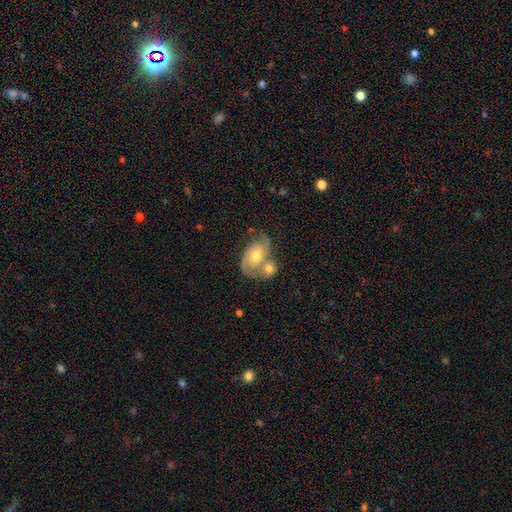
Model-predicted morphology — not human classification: Smooth or featured? Predicted: featured or disk (p=0.77). Edge-on disk? Predicted: no (p=0.97). Bar? Predicted: no (p=0.70). Spiral arms? Predicted: yes (p=0.92). Spiral winding? Predicted: medium (p=0.46). Spiral arm count? Predicted: 2 (p=0.82). Bulge size? Predicted: moderate (p=0.68). Merging? Predicted: merger (p=0.42).